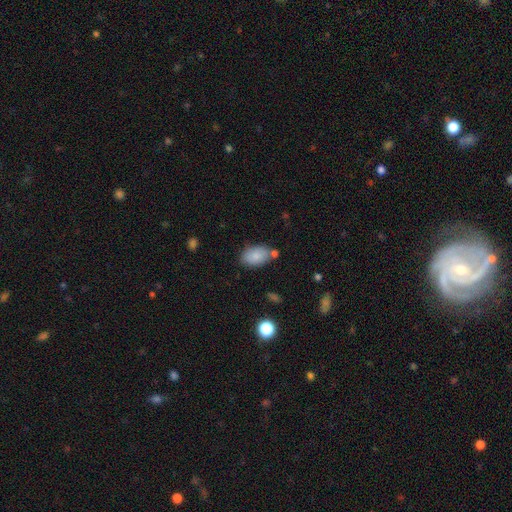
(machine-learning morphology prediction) This appears to be a smooth galaxy with no disk features (85%) that is in between round and cigar-shaped (91%). Merging: none (71%).